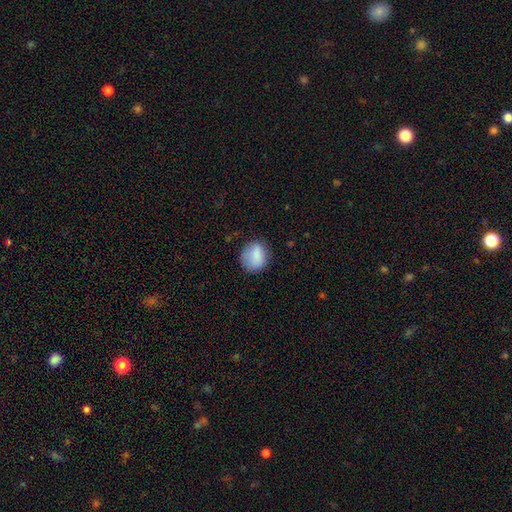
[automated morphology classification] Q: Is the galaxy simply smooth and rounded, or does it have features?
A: smooth — 84%.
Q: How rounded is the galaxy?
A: round — 69%.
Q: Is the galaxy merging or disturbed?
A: none — 74%.